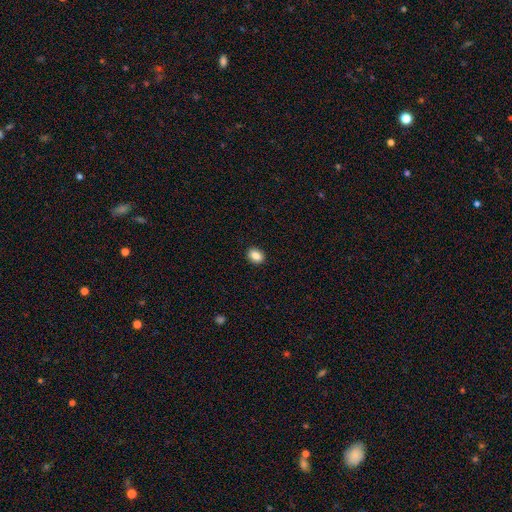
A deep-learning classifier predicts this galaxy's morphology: This appears to be a smooth galaxy with no disk features (86%) that is in between round and cigar-shaped (64%). Merging: none (91%).